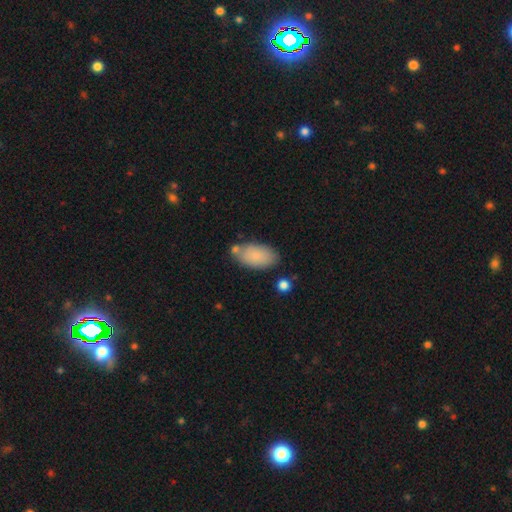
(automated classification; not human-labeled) smooth-or-featured: smooth: 83% | featured or disk: 10% | star or artifact: 6%
  how-rounded: in between: 94% | cigar-shaped: 3% | round: 3%
  merging: none: 68% | minor disturbance: 18% | merger: 10% | major disturbance: 5%